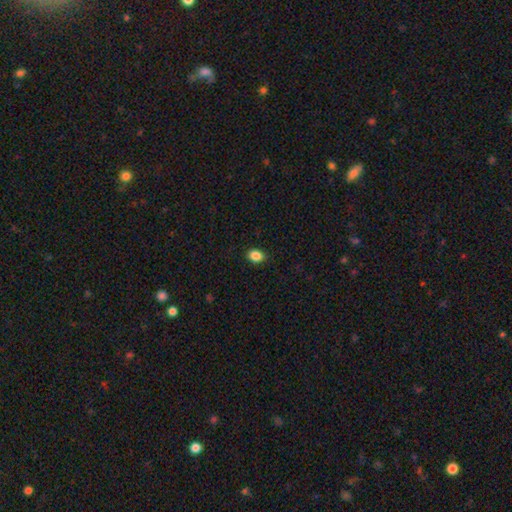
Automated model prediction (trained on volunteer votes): smooth-or-featured: smooth: 87% | star or artifact: 9% | featured or disk: 4%
  how-rounded: in between: 64% | round: 35% | cigar-shaped: 1%
  merging: none: 88% | minor disturbance: 9% | major disturbance: 2% | merger: 1%